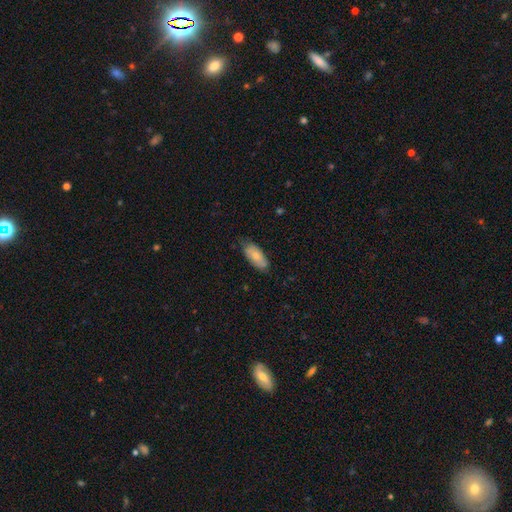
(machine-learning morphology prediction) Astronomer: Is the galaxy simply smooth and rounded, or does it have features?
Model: smooth — 71%.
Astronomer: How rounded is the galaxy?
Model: in between — 88%.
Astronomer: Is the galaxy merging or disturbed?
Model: none — 70%.